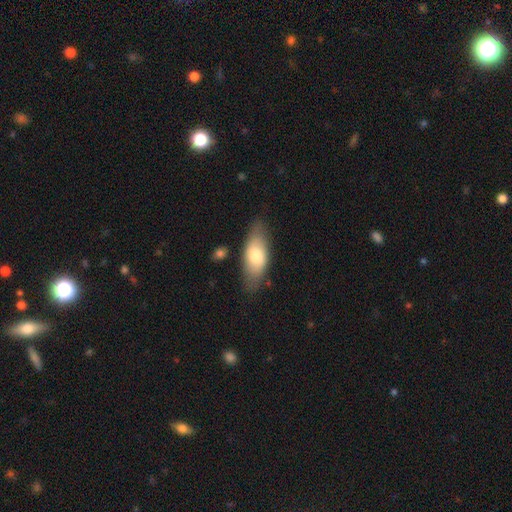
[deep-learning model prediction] The model was most divided on "smooth or featured": smooth: 72%, featured or disk: 22%, star or artifact: 6%. More confident: how rounded — in between (80%); merging — none (75%).